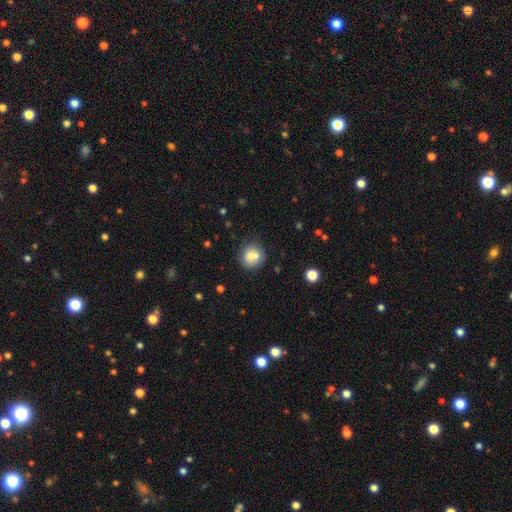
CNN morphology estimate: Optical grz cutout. It shows a smooth galaxy with no disk features (77%) that is round (83%). Merging: none (64%).